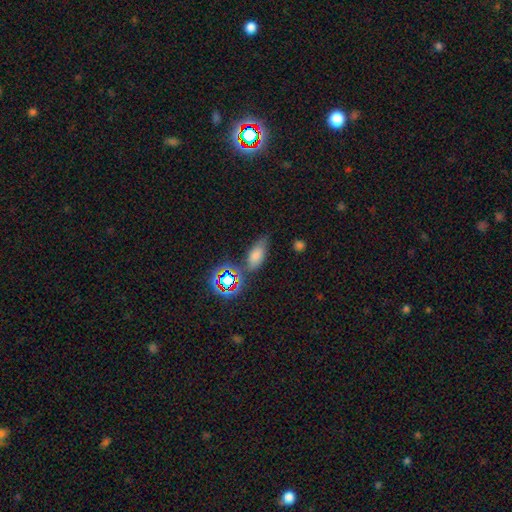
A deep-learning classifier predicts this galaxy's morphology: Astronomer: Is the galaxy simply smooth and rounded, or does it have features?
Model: smooth — 59%.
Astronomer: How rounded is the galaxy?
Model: in between — 74%.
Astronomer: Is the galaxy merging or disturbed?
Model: none — 64%.